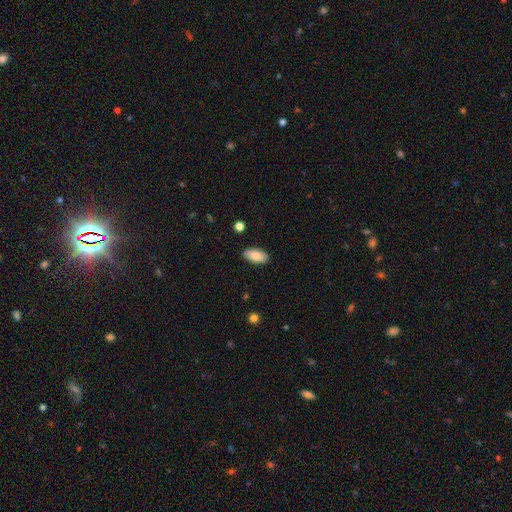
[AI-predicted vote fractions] A smooth galaxy with no disk features (86%) that is in between round and cigar-shaped (92%).

Vote fractions:
- Smooth or featured? smooth: 86% / featured or disk: 7% / star or artifact: 6%
- How rounded? in between: 92% / cigar-shaped: 6% / round: 2%
- Merging? none: 88% / minor disturbance: 9% / major disturbance: 2% / merger: 1%